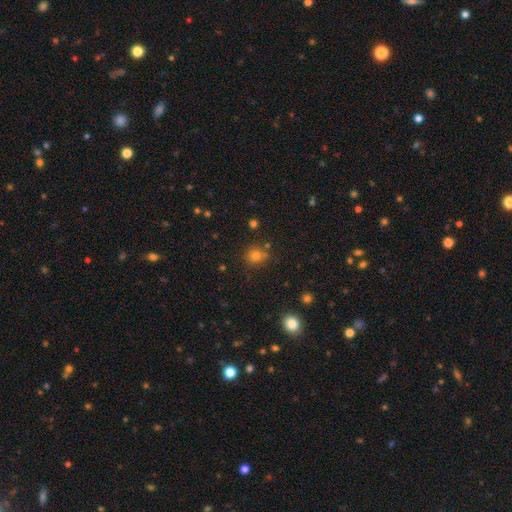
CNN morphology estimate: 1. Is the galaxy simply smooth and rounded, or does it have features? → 76% smooth, 17% star or artifact, 7% featured or disk.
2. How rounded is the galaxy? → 86% round, 13% in between, 1% cigar-shaped.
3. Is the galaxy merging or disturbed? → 73% none, 13% minor disturbance, 11% merger, 4% major disturbance.